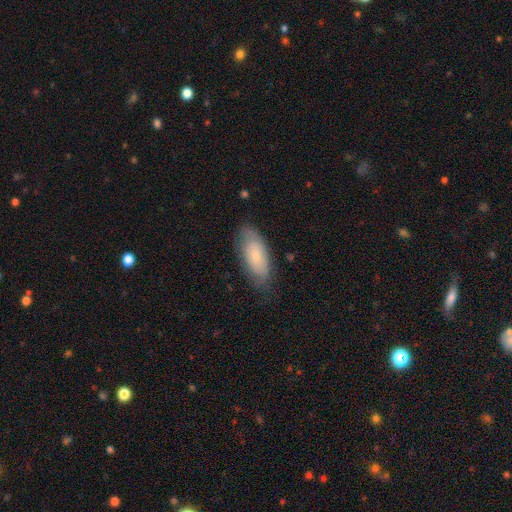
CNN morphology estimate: A smooth galaxy with no disk features (64%) that is in between round and cigar-shaped (87%). Merging: none (70%).